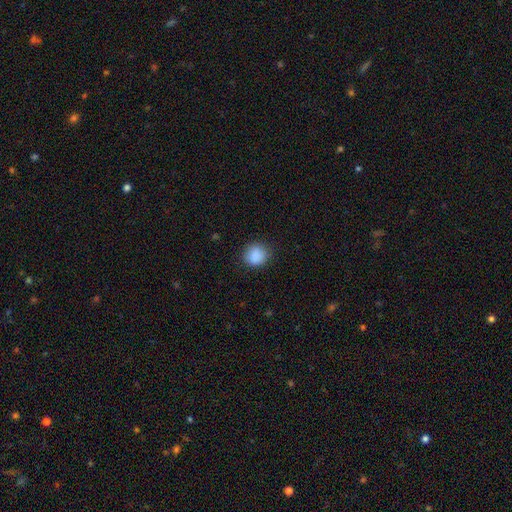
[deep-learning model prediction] Q: Smooth or featured?
A: smooth (88%); runner-up: star or artifact (8%)
Q: How rounded?
A: round (83%); runner-up: in between (16%)
Q: Merging?
A: none (84%); runner-up: minor disturbance (12%)